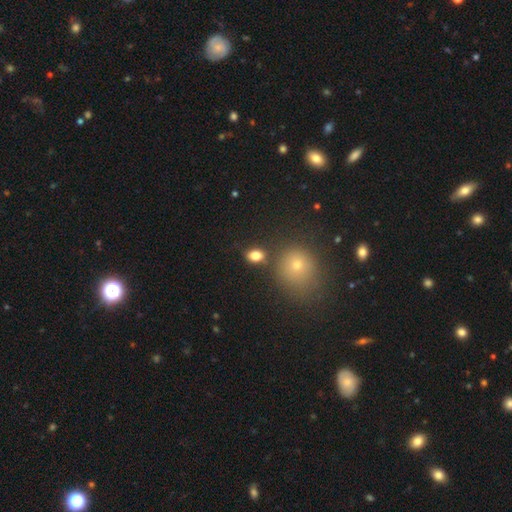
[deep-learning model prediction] Smooth or featured: smooth — 82% (star or artifact — 11%)
How rounded: in between — 69% (round — 29%)
Merging: none — 75% (minor disturbance — 12%)